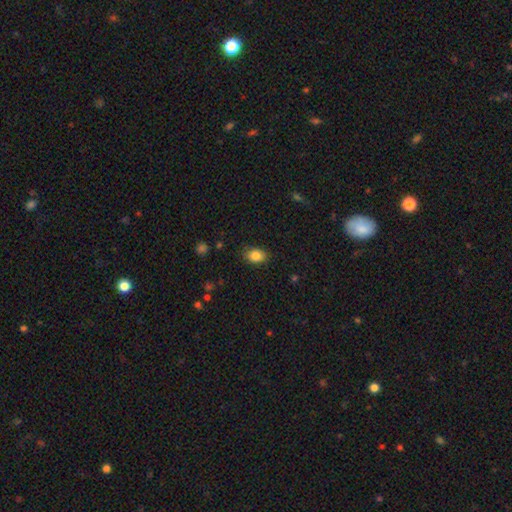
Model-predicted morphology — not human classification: This is clearly a smooth galaxy (85%). How rounded: likely in between (79%). Merging: clearly none (81%).